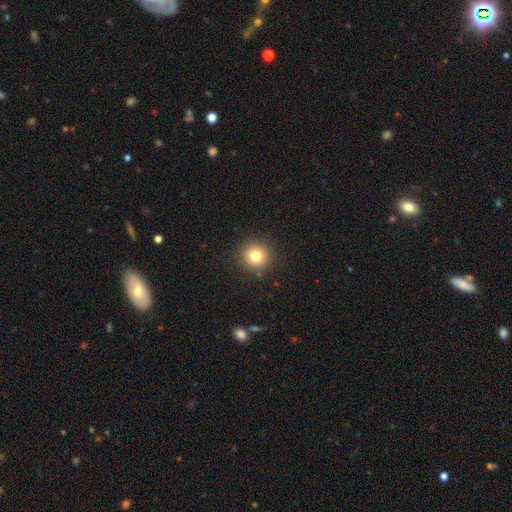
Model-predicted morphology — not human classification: Smooth or featured: smooth — 79% (star or artifact — 12%)
How rounded: round — 94% (in between — 5%)
Merging: none — 91% (minor disturbance — 5%)